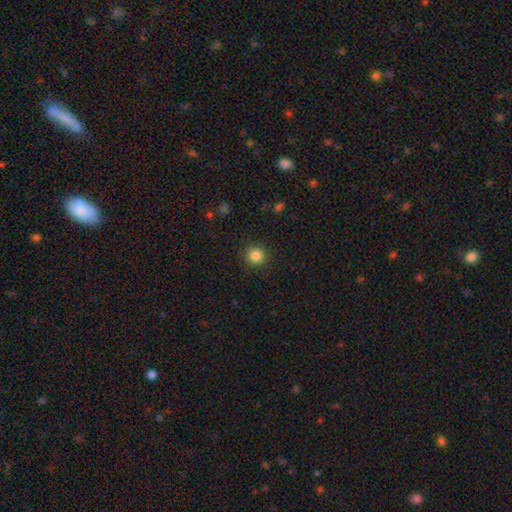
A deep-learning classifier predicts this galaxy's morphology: Smooth or featured? Predicted: smooth (p=0.84). How rounded? Predicted: round (p=0.93). Merging? Predicted: none (p=0.90).